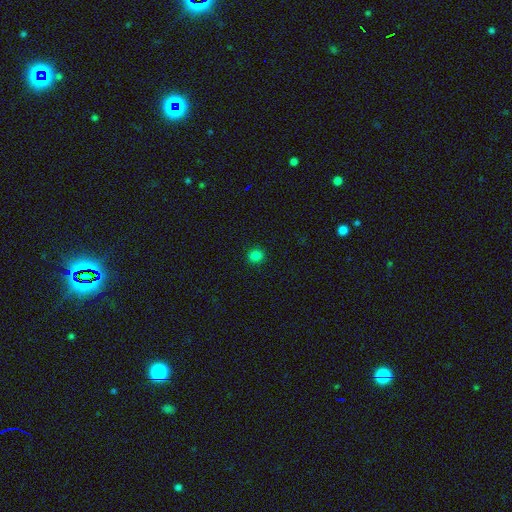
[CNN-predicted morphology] Smooth or featured: smooth — 82% (star or artifact — 15%)
How rounded: round — 84% (in between — 15%)
Merging: none — 91% (minor disturbance — 6%)